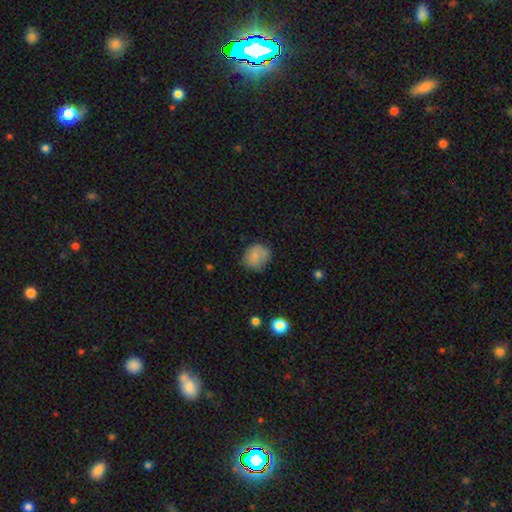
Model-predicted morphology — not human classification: A smooth galaxy with no disk features (78%) that is round (78%). Merging: none (67%).